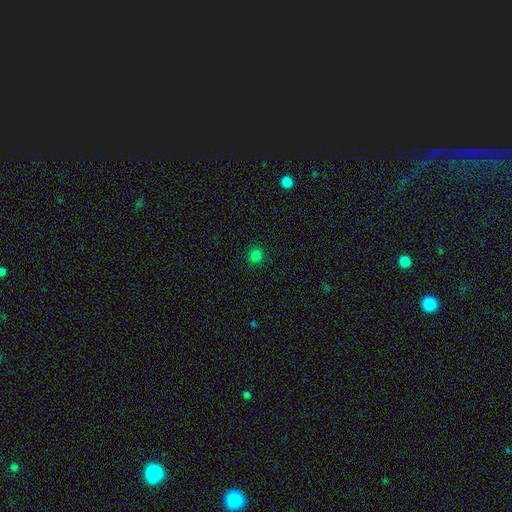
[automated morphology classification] Smooth or featured?
  - smooth: 80% *
  - star or artifact: 16%
  - featured or disk: 3%
How rounded?
  - round: 93% *
  - in between: 6%
  - cigar-shaped: 1%
Merging?
  - none: 90% *
  - minor disturbance: 7%
  - major disturbance: 2%
  - merger: 1%